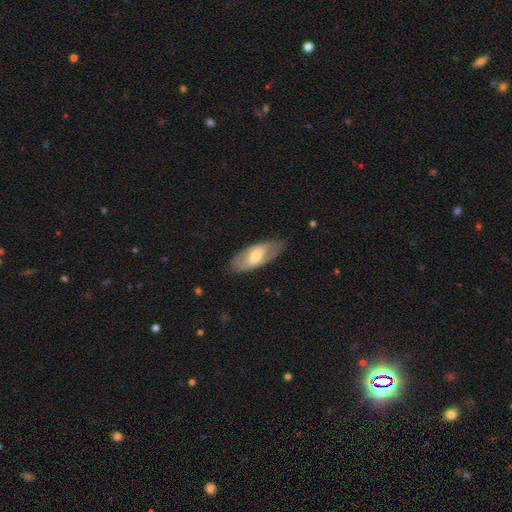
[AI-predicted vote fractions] Smooth or featured?
  - featured or disk: 50% *
  - smooth: 45%
  - star or artifact: 6%
Merging?
  - none: 78% *
  - minor disturbance: 15%
  - major disturbance: 5%
  - merger: 1%